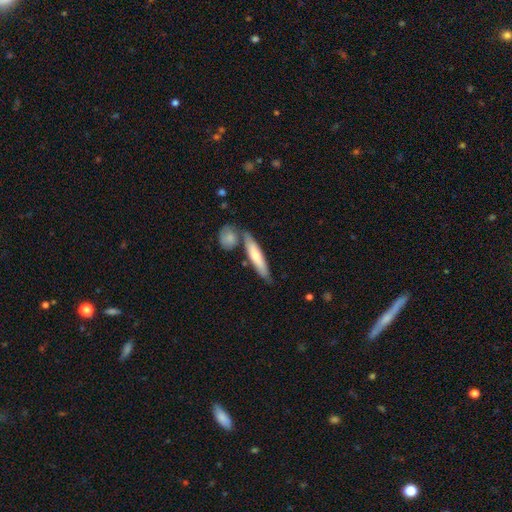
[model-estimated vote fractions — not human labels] Smooth or featured: smooth — 64% (featured or disk — 31%)
How rounded: cigar-shaped — 82% (in between — 17%)
Merging: none — 65% (merger — 17%)